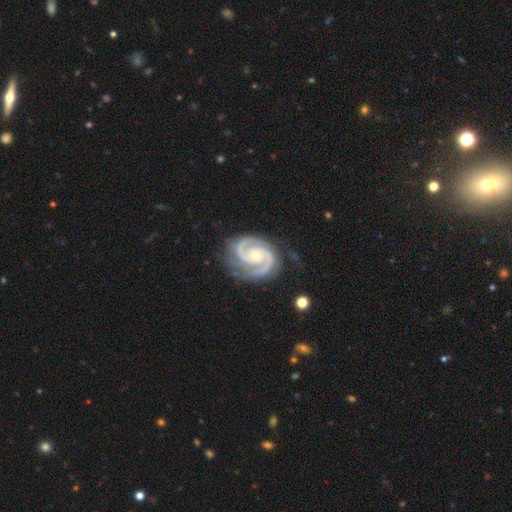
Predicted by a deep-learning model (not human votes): smooth_or_featured: featured or disk (p=0.94) [alt: star or artifact p=0.04]
disk_edge_on: no (p=0.98) [alt: yes p=0.02]
bar: no (p=0.70) [alt: weak p=0.22]
has_spiral_arms: yes (p=0.99) [alt: no p=0.01]
spiral_winding: tight (p=0.57) [alt: medium p=0.39]
spiral_arm_count: 2 (p=0.90) [alt: 3 p=0.05]
bulge_size: small (p=0.62) [alt: moderate p=0.36]
merging: none (p=0.79) [alt: minor disturbance p=0.15]